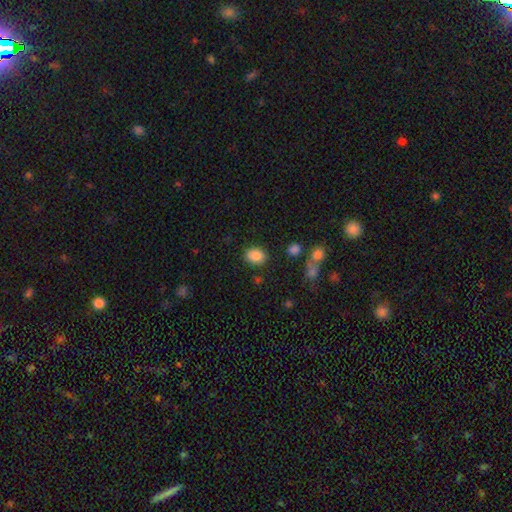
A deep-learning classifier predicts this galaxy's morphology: Smooth or featured? Predicted: smooth (p=0.86). How rounded? Predicted: in between (p=0.65). Merging? Predicted: none (p=0.83).